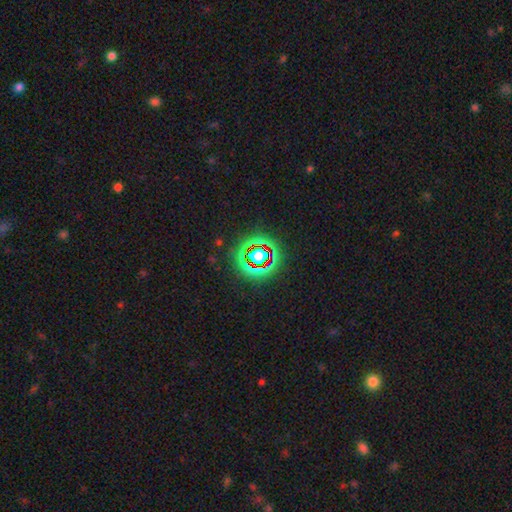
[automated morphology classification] smooth_or_featured: star or artifact (p=0.76) [alt: smooth p=0.13]